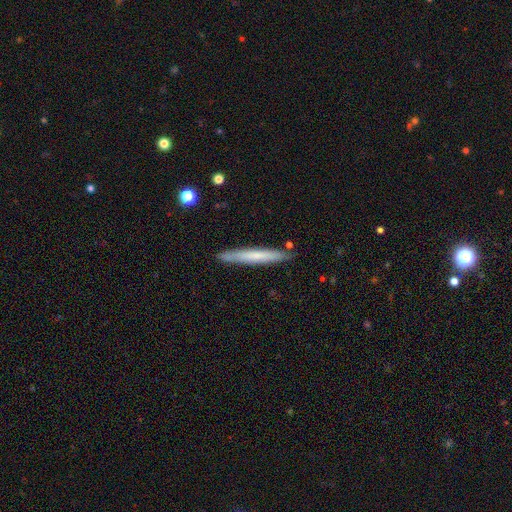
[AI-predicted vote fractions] Morphology: type=smooth (59%); roundness=cigar-shaped (96%); merging=none (87%).